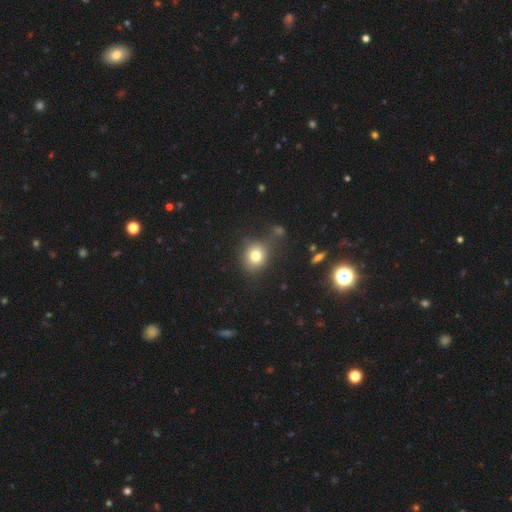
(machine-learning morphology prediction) The model was most divided on "merging": none: 67%, minor disturbance: 18%, major disturbance: 8%, merger: 7%. More confident: smooth or featured — smooth (78%); how rounded — round (76%).